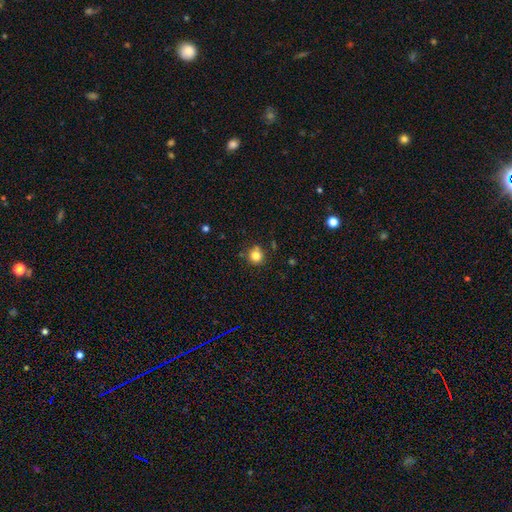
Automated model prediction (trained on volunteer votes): This appears to be a smooth galaxy with no disk features (81%) that is round (91%). Merging: none (79%).